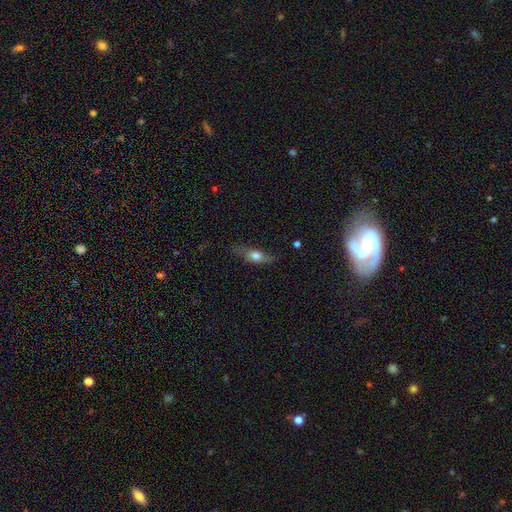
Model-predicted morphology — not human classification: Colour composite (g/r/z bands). It shows a smooth galaxy with no disk features (63%) that is in between round and cigar-shaped (55%). Merging: none (67%).